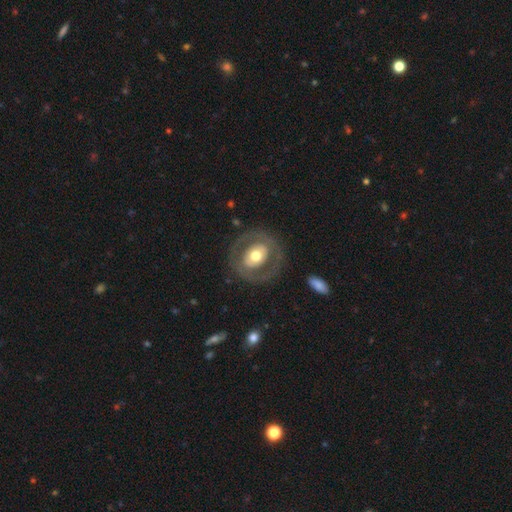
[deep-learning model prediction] Overall: featured or disk (55%; smooth 40%). Edge-on disk: no (95%). Bar: no (73%). Spiral arms: no (83%). Bulge size: moderate (62%; large 27%). Merging: none (81%).